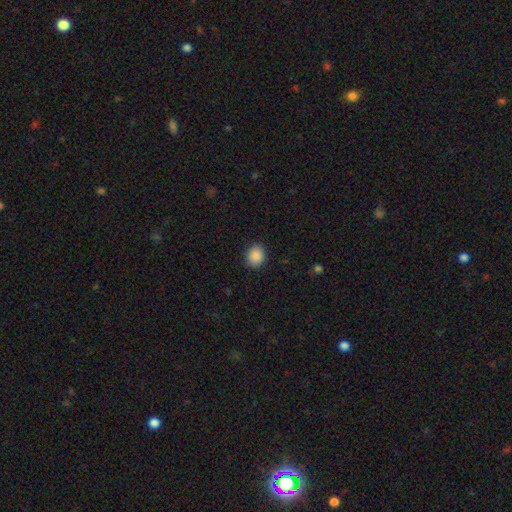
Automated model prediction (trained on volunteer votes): Smooth or featured: smooth — 88% (star or artifact — 9%)
How rounded: round — 66% (in between — 33%)
Merging: none — 88% (minor disturbance — 8%)